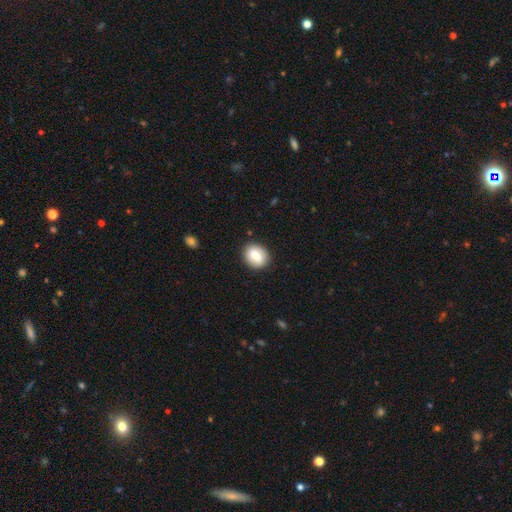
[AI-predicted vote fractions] Smooth or featured: smooth — 77% (featured or disk — 15%)
How rounded: in between — 52% (round — 47%)
Merging: none — 86% (minor disturbance — 10%)